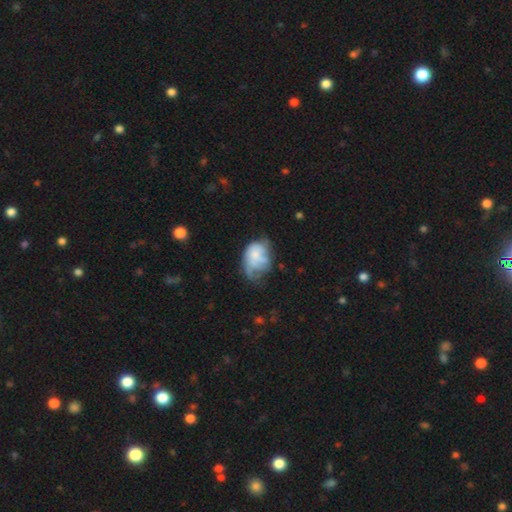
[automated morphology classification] type=smooth (48%); merging=major disturbance (36%).